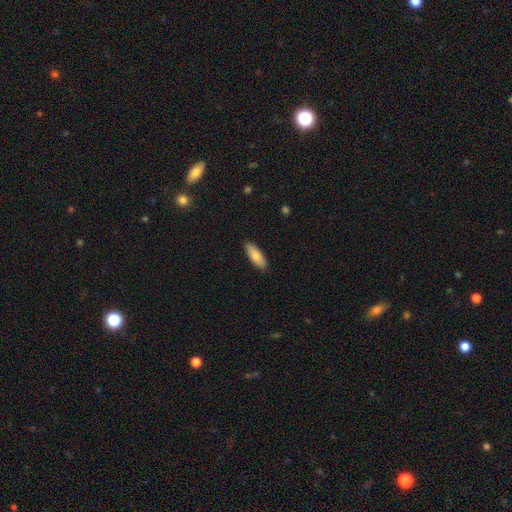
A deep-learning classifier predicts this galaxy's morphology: This is clearly a smooth galaxy (83%). How rounded: likely in between (65%). Merging: clearly none (89%).